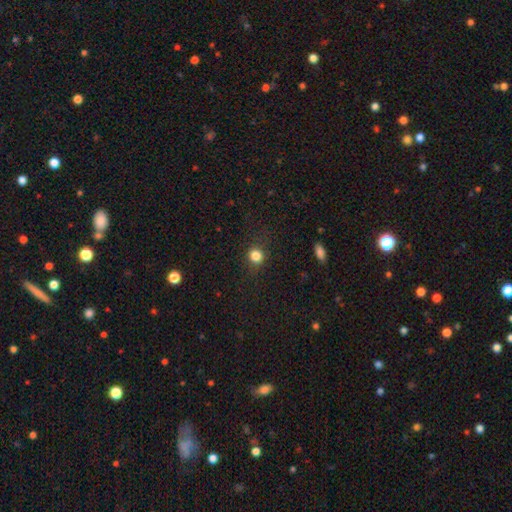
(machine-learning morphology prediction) smooth 82%, star or artifact 13%, featured or disk 5%. Down the decision tree: how rounded — round (83%); merging — none (84%).